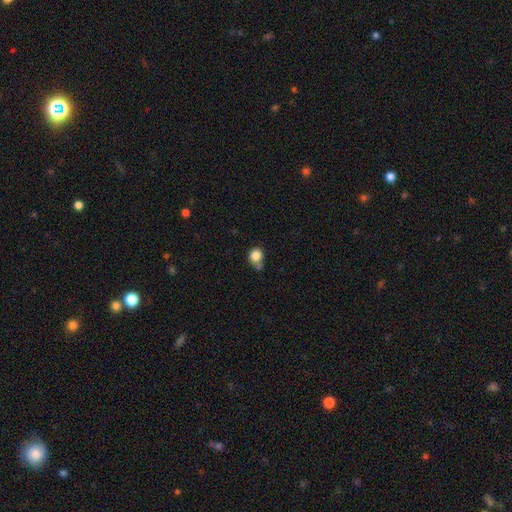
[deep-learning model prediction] The model was most divided on "merging": none: 50%, minor disturbance: 23%, merger: 19%, major disturbance: 7%. More confident: smooth or featured — smooth (84%); how rounded — round (80%).